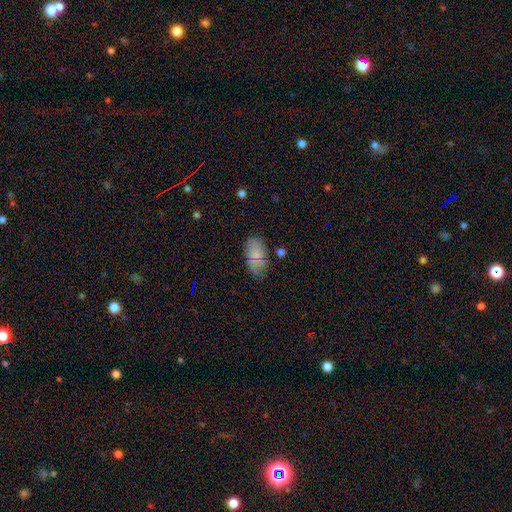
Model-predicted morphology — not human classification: The model was most divided on "smooth or featured": smooth: 67%, featured or disk: 19%, star or artifact: 14%. More confident: how rounded — in between (92%); merging — none (73%).